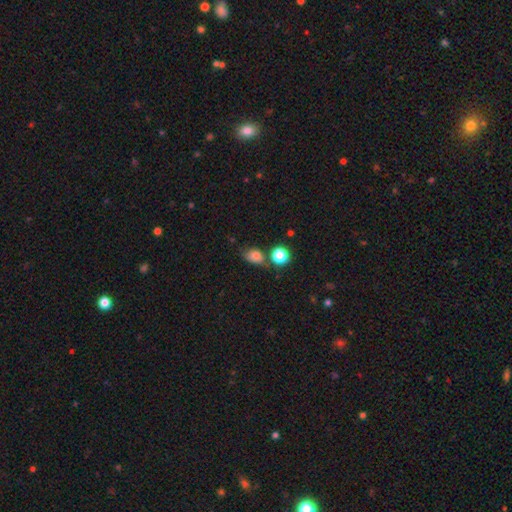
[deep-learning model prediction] A smooth galaxy with no disk features (78%) that is in between round and cigar-shaped (67%). Merging: none (57%).